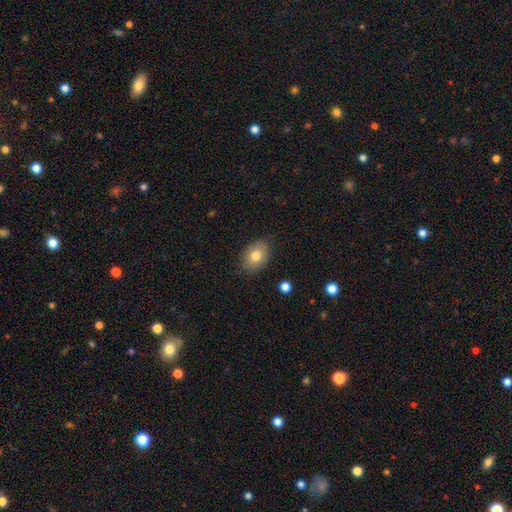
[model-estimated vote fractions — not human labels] Smooth or featured? smooth (78%)
How rounded? in between (76%)
Merging? none (82%)